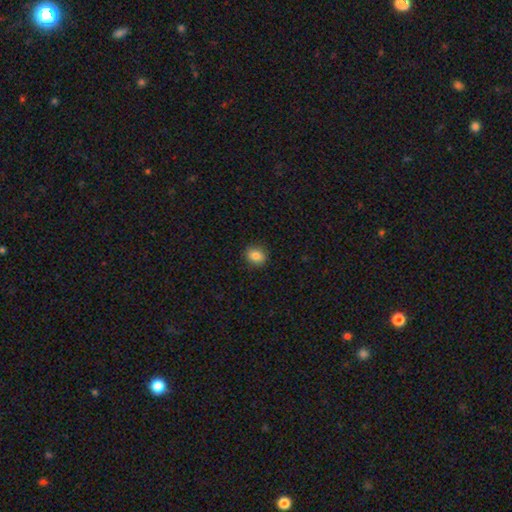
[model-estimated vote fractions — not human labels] Smooth or featured: smooth — 84% (star or artifact — 10%)
How rounded: round — 60% (in between — 38%)
Merging: none — 89% (minor disturbance — 8%)